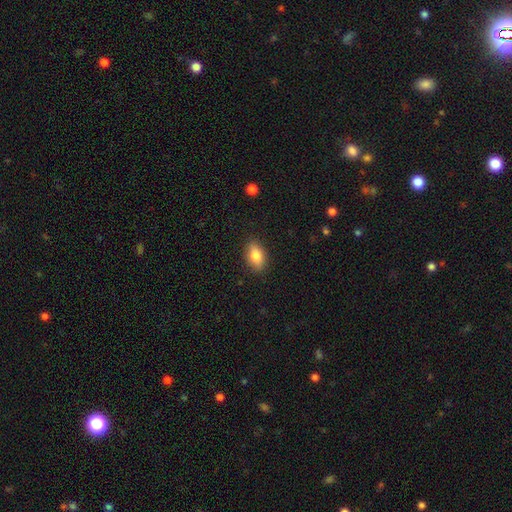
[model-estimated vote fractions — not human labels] This appears to be a smooth galaxy with no disk features (81%) that is in between round and cigar-shaped (87%). Merging: none (87%).